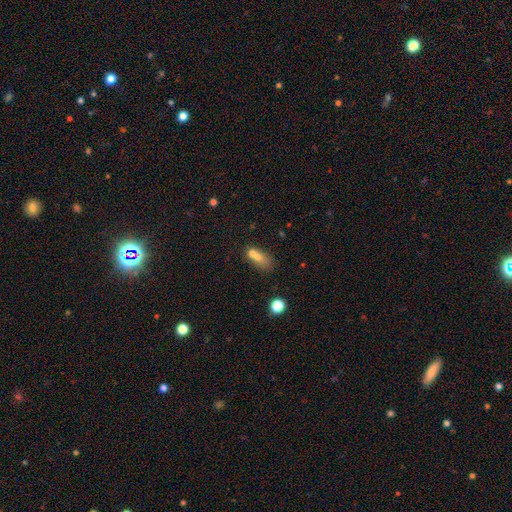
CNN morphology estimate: This appears to be a smooth galaxy with no disk features (63%) that is in between round and cigar-shaped (62%). Merging: merger (58%).